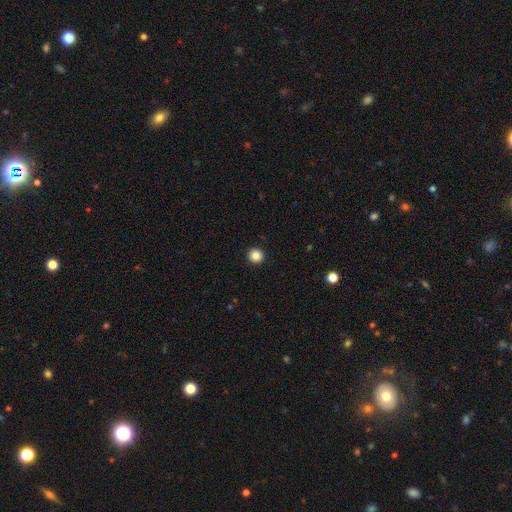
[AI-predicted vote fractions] smooth-or-featured: smooth: 87% | star or artifact: 10% | featured or disk: 3%
  how-rounded: round: 95% | in between: 4% | cigar-shaped: 1%
  merging: none: 93% | minor disturbance: 4% | major disturbance: 2% | merger: 1%